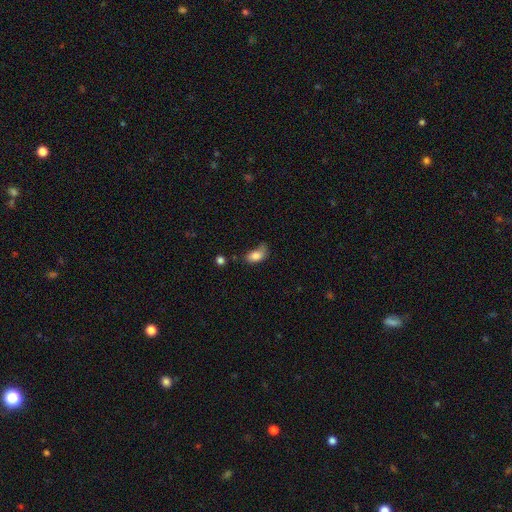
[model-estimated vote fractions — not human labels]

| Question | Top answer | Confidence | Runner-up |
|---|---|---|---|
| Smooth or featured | smooth | 83% | featured or disk (9%) |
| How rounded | in between | 90% | round (7%) |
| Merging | none | 39% | minor disturbance (36%) |